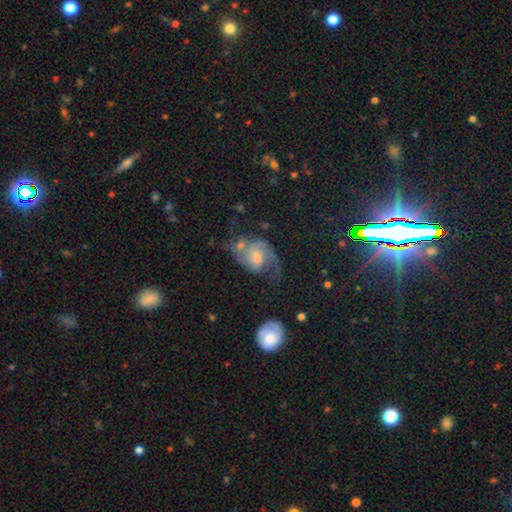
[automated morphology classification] smooth-or-featured: featured or disk: 74% | smooth: 17% | star or artifact: 9%
  disk-edge-on: no: 98% | yes: 2%
    bar: no: 56% | weak: 37% | strong: 7%
    has-spiral-arms: yes: 91% | no: 9%
      spiral-winding: medium: 46% | loose: 38% | tight: 16%
      spiral-arm-count: 2: 83% | 1: 7% | can't tell: 5% | 3: 2% | 4: 1% | more than 4: 1%
    bulge-size: moderate: 33% | small: 27% | none: 19% | large: 18% | dominant: 3%
  merging: none: 41% | major disturbance: 25% | minor disturbance: 22% | merger: 12%